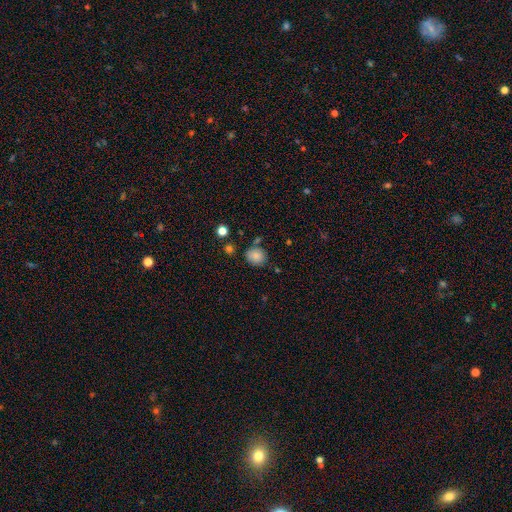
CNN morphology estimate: Smooth or featured? smooth (84%)
How rounded? round (75%)
Merging? none (76%)